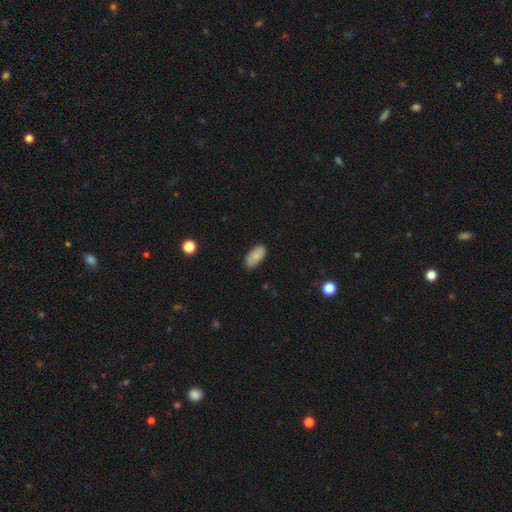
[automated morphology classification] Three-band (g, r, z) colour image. It shows a smooth galaxy with no disk features (80%) that is in between round and cigar-shaped (91%). Merging: none (78%).